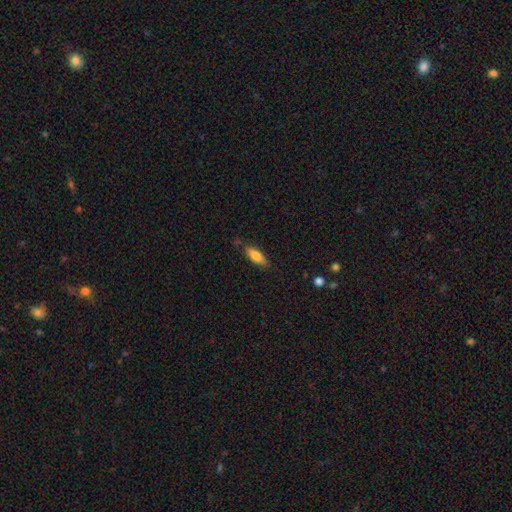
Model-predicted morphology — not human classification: This is clearly a smooth galaxy (81%). How rounded: likely in between (65%). Merging: likely none (78%).